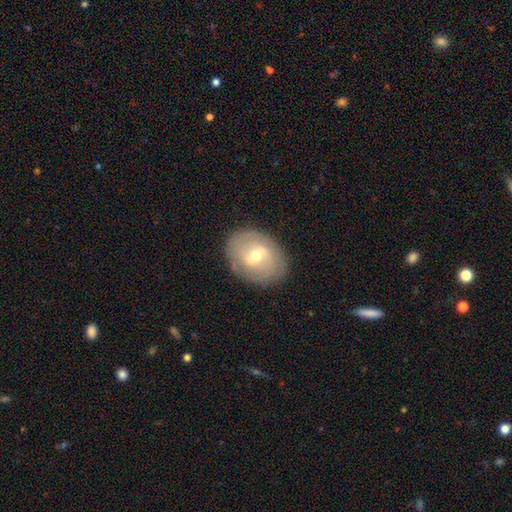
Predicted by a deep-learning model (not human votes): This is possibly a featured or disk galaxy (56%). It is clearly not viewed edge-on (94%). Bar: possibly weak (49%). Spiral arm pattern: possibly yes (58%). Central bulge: likely moderate (60%). Merging: clearly none (83%).